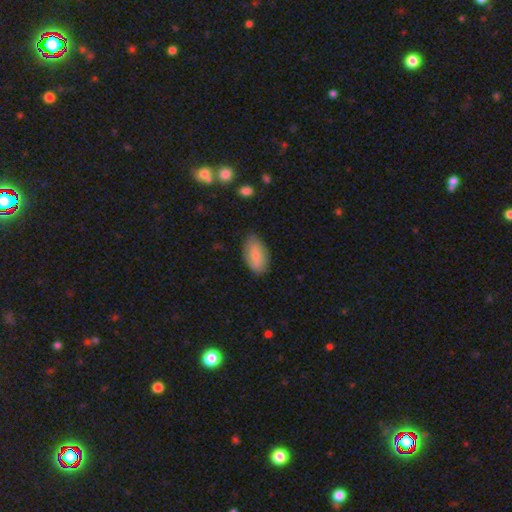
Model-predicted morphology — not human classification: Smooth or featured? smooth (76%)
How rounded? in between (93%)
Merging? none (74%)